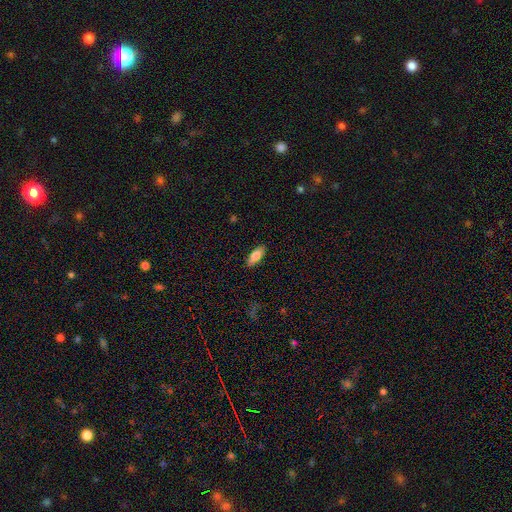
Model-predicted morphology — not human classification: Smooth or featured? Predicted: smooth (p=0.78). How rounded? Predicted: in between (p=0.74). Merging? Predicted: none (p=0.88).